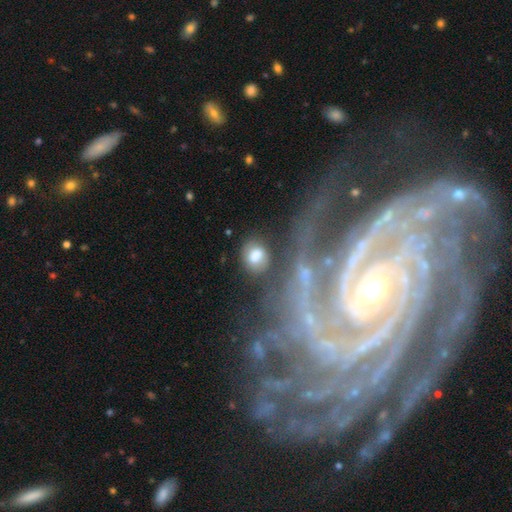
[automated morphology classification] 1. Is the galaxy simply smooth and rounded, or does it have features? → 74% smooth, 17% featured or disk, 9% star or artifact.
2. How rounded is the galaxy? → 58% round, 41% in between, 2% cigar-shaped.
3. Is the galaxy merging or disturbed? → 62% none, 17% minor disturbance, 12% merger, 9% major disturbance.